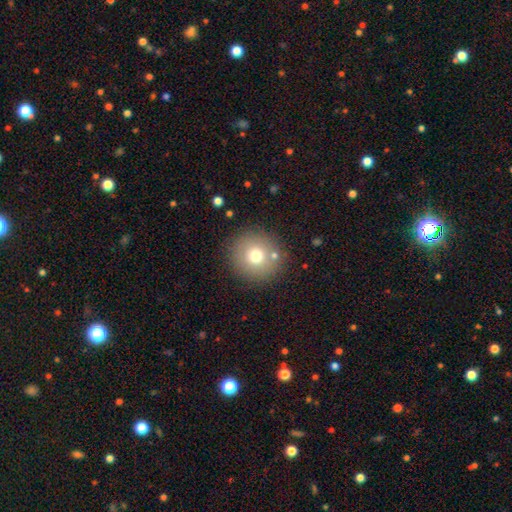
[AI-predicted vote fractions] smooth 72%, featured or disk 15%, star or artifact 13%. Down the decision tree: how rounded — round (93%); merging — none (85%).